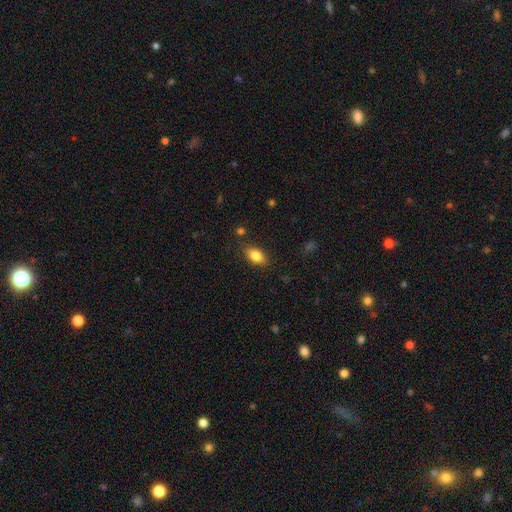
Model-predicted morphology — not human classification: Smooth or featured?
  - smooth: 83% *
  - featured or disk: 9%
  - star or artifact: 8%
How rounded?
  - in between: 87% *
  - round: 8%
  - cigar-shaped: 5%
Merging?
  - none: 81% *
  - minor disturbance: 13%
  - major disturbance: 3%
  - merger: 2%